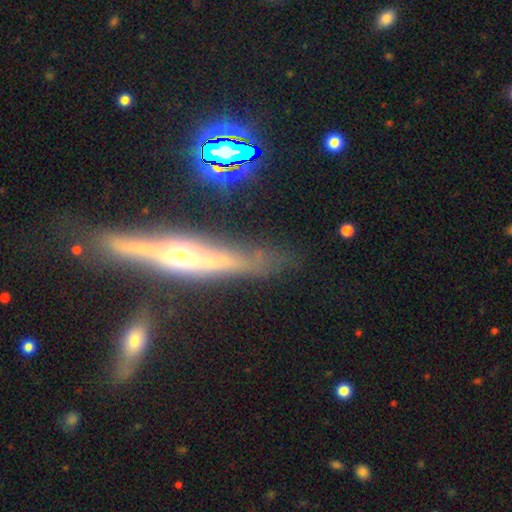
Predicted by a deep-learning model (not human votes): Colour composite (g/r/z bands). It shows a featured or disk galaxy (77%) viewed edge-on (92%) with a rounded central bulge (82%). Merging: none (75%).